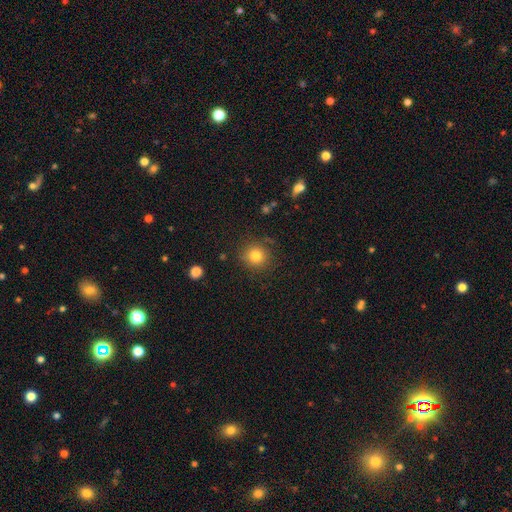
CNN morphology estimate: Smooth or featured: smooth — 81% (star or artifact — 12%)
How rounded: round — 90% (in between — 9%)
Merging: none — 86% (minor disturbance — 9%)